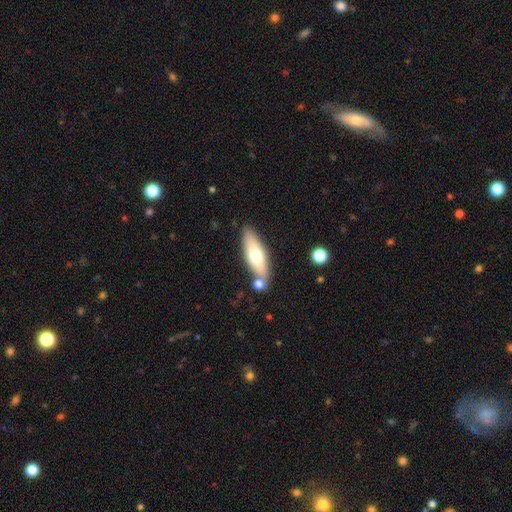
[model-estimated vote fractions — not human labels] smooth-or-featured: smooth: 64% | featured or disk: 30% | star or artifact: 6%
  how-rounded: in between: 53% | cigar-shaped: 45% | round: 2%
  merging: none: 73% | merger: 13% | minor disturbance: 12% | major disturbance: 3%